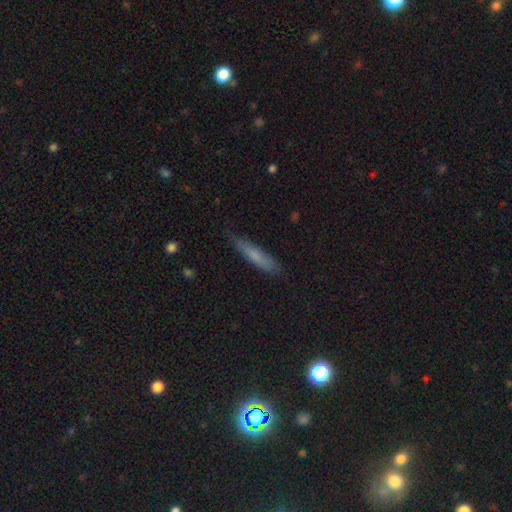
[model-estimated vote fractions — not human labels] This is likely a smooth galaxy (74%). How rounded: clearly cigar-shaped (86%). Merging: likely none (75%).